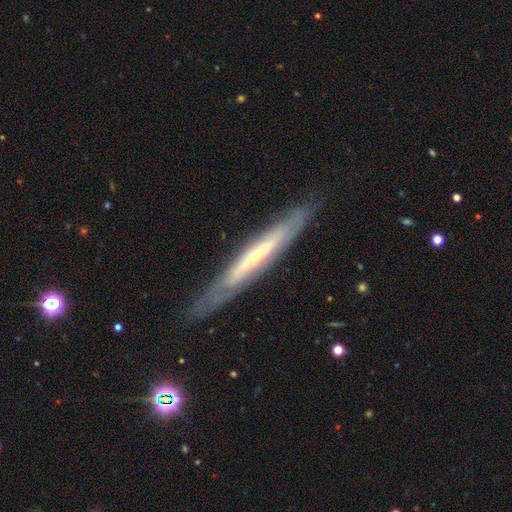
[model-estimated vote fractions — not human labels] Q: Smooth or featured?
A: featured or disk (68%); runner-up: smooth (26%)
Q: Edge-on disk?
A: yes (73%); runner-up: no (27%)
Q: Merging?
A: none (82%); runner-up: minor disturbance (13%)